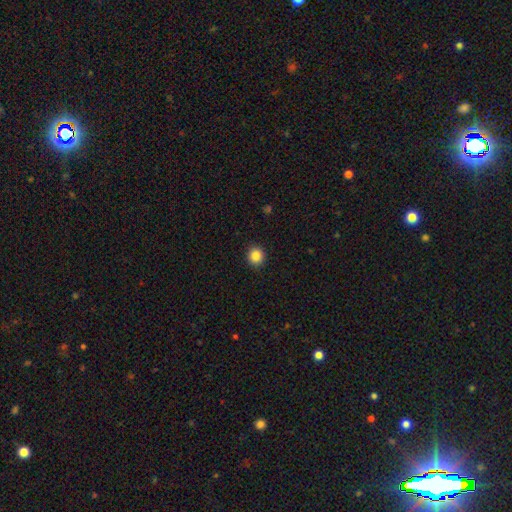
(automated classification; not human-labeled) A smooth galaxy with no disk features (87%) that is round (90%).

Vote fractions:
- Smooth or featured? smooth: 87% / star or artifact: 10% / featured or disk: 3%
- How rounded? round: 90% / in between: 9% / cigar-shaped: 1%
- Merging? none: 92% / minor disturbance: 5% / major disturbance: 2% / merger: 1%